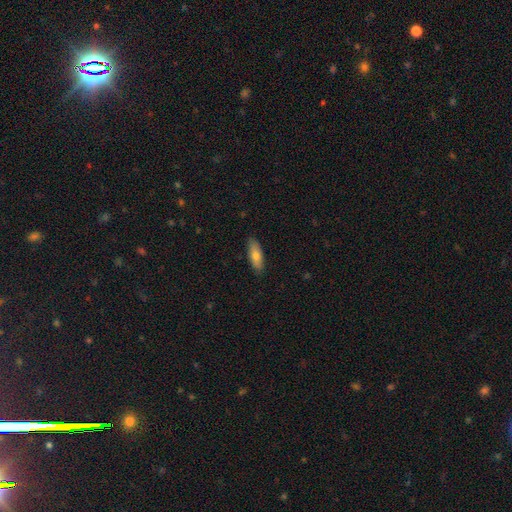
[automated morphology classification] smooth-or-featured: smooth: 73% | featured or disk: 21% | star or artifact: 6%
  how-rounded: in between: 64% | cigar-shaped: 34% | round: 2%
  merging: none: 87% | minor disturbance: 10% | major disturbance: 2% | merger: 1%